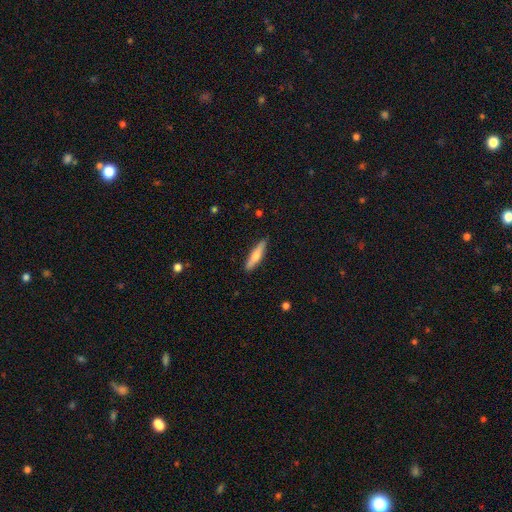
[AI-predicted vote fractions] smooth-or-featured: smooth: 56% | featured or disk: 39% | star or artifact: 5%
  how-rounded: cigar-shaped: 81% | in between: 18% | round: 2%
  merging: none: 89% | minor disturbance: 8% | major disturbance: 2% | merger: 1%